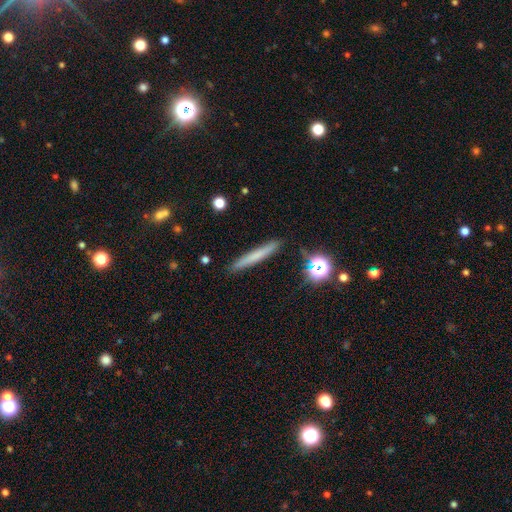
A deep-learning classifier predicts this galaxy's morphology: Q: Smooth or featured?
A: smooth (65%); runner-up: featured or disk (27%)
Q: How rounded?
A: cigar-shaped (95%); runner-up: in between (3%)
Q: Merging?
A: none (90%); runner-up: minor disturbance (7%)